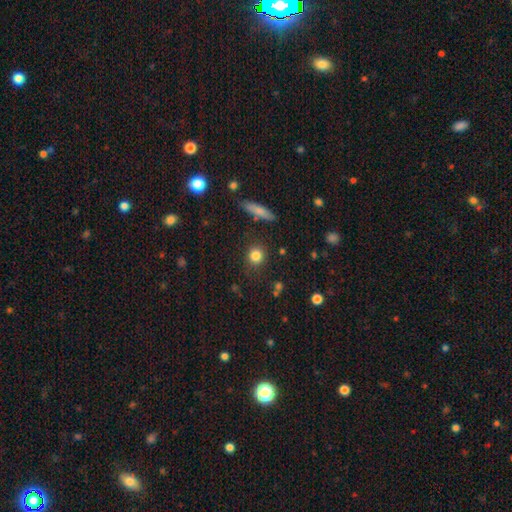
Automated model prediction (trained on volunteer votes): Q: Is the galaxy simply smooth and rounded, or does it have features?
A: smooth — 83%.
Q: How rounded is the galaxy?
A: round — 83%.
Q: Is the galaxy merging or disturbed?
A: none — 85%.